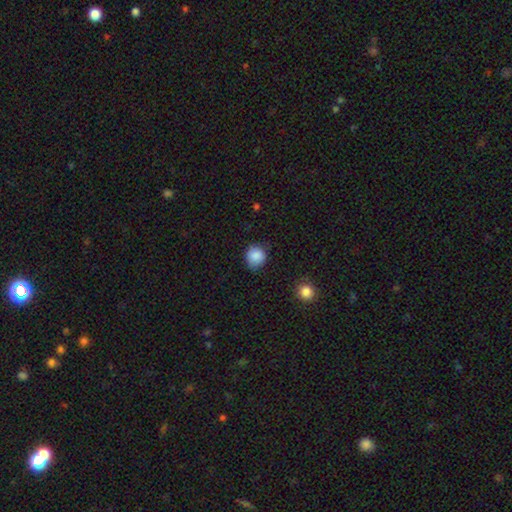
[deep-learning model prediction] smooth-or-featured: smooth: 87% | star or artifact: 9% | featured or disk: 5%
  how-rounded: round: 83% | in between: 16% | cigar-shaped: 1%
  merging: none: 74% | minor disturbance: 21% | major disturbance: 4% | merger: 1%